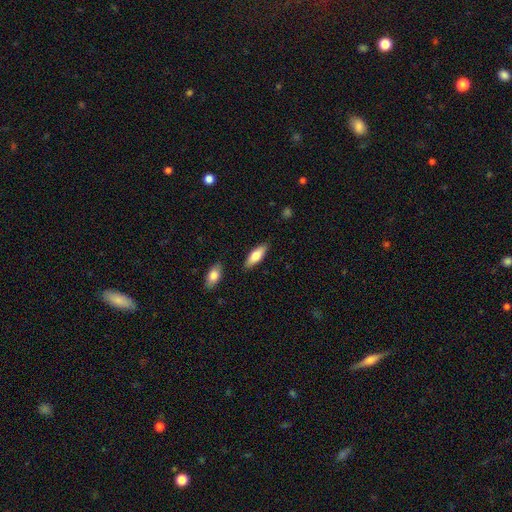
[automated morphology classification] Smooth or featured: smooth — 74% (featured or disk — 21%)
How rounded: in between — 69% (cigar-shaped — 29%)
Merging: none — 85% (minor disturbance — 10%)